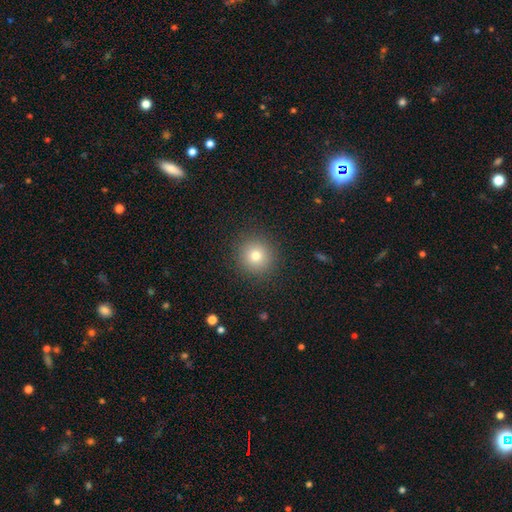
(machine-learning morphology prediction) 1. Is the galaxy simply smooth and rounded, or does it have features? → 77% smooth, 14% star or artifact, 9% featured or disk.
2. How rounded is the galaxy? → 94% round, 5% in between, 1% cigar-shaped.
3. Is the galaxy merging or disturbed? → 90% none, 6% minor disturbance, 3% major disturbance, 1% merger.